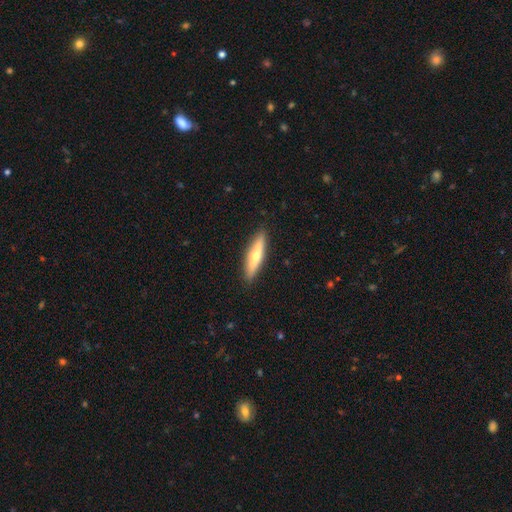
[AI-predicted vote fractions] Smooth or featured: smooth — 49% (featured or disk — 45%)
Merging: none — 89% (minor disturbance — 8%)